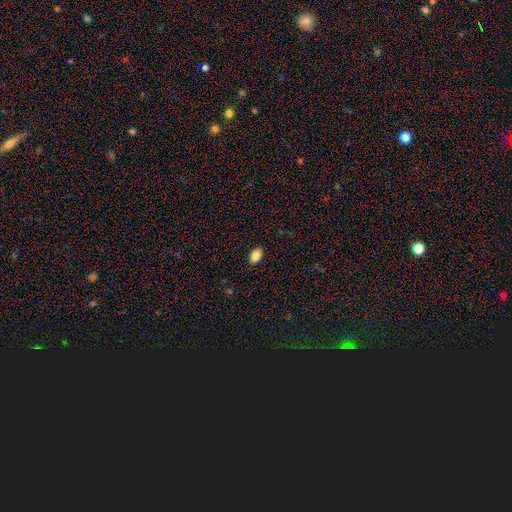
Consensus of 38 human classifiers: smooth_or_featured: smooth (p=0.92) [alt: featured or disk p=0.05]
how_rounded: in between (p=0.91) [alt: round p=0.09]
merging: none (p=0.89) [alt: minor disturbance p=0.11]